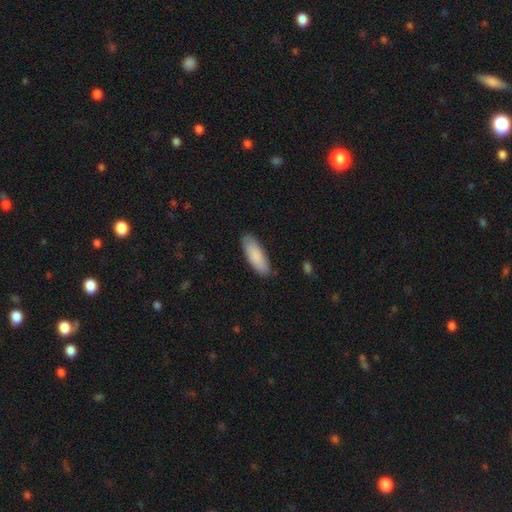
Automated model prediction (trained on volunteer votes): A smooth galaxy with no disk features (87%) that is in between round and cigar-shaped (63%). Merging: none (85%).